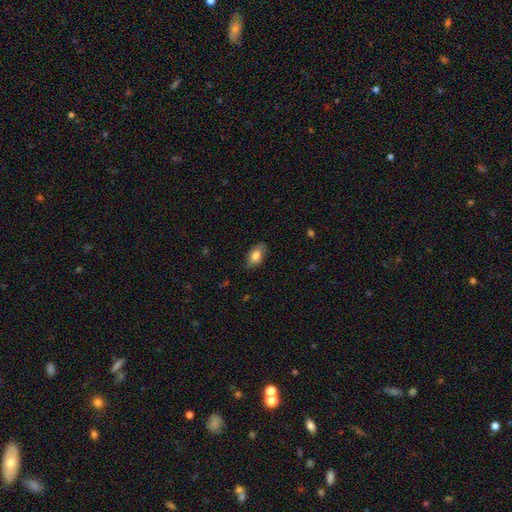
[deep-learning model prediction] Smooth or featured? smooth (79%)
How rounded? in between (90%)
Merging? none (82%)